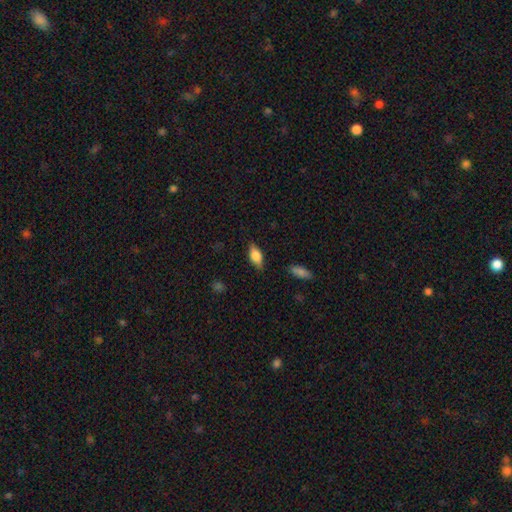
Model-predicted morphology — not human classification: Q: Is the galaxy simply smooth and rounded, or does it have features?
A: smooth — 70%.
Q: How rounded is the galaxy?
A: in between — 82%.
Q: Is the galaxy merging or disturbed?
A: none — 82%.